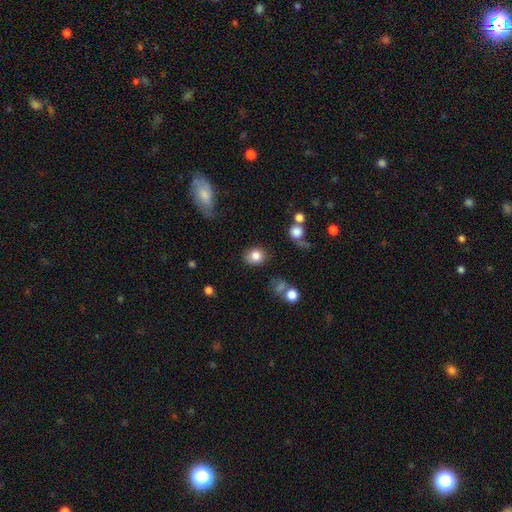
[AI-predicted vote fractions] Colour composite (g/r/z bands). It shows a smooth galaxy with no disk features (83%) that is round (65%). Merging: none (80%).